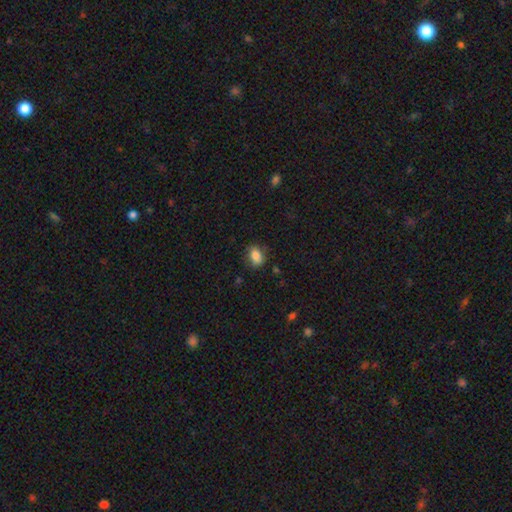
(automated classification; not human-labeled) smooth 85%, star or artifact 9%, featured or disk 6%. Down the decision tree: how rounded — in between (76%); merging — none (79%).